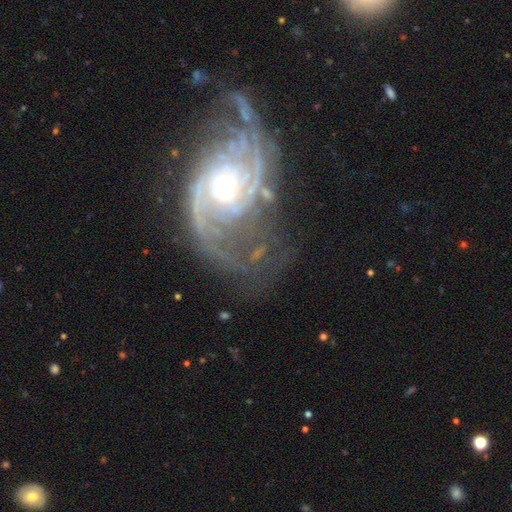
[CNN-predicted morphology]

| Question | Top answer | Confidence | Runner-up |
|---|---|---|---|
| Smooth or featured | featured or disk | 90% | star or artifact (6%) |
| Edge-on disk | no | 97% | yes (3%) |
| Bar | no | 68% | weak (24%) |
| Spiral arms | yes | 97% | no (3%) |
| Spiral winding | medium | 42% | tight (40%) |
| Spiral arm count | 2 | 54% | can't tell (15%) |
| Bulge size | small | 56% | moderate (38%) |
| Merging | none | 58% | minor disturbance (19%) |